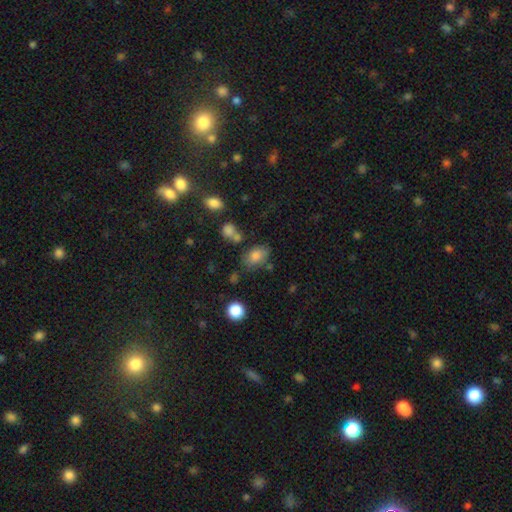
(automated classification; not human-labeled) A smooth galaxy with no disk features (79%) that is in between round and cigar-shaped (82%).

Vote fractions:
- Smooth or featured? smooth: 79% / featured or disk: 11% / star or artifact: 10%
- How rounded? in between: 82% / round: 17% / cigar-shaped: 1%
- Merging? none: 65% / minor disturbance: 19% / merger: 10% / major disturbance: 6%